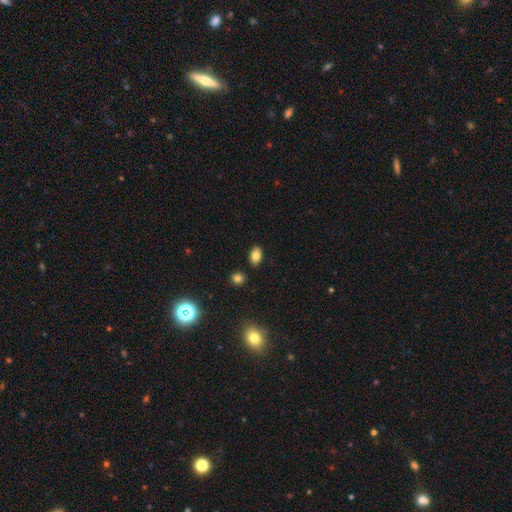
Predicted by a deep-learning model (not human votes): Smooth or featured?
  - smooth: 82% *
  - star or artifact: 10%
  - featured or disk: 9%
How rounded?
  - in between: 89% *
  - round: 9%
  - cigar-shaped: 2%
Merging?
  - none: 87% *
  - minor disturbance: 8%
  - merger: 3%
  - major disturbance: 2%